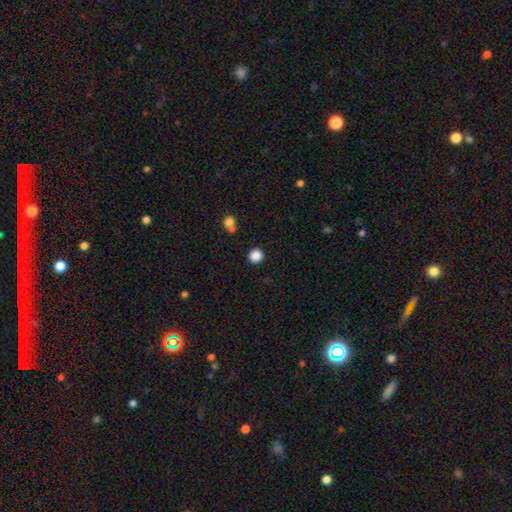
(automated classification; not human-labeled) A smooth galaxy with no disk features (86%) that is round (90%).

Vote fractions:
- Smooth or featured? smooth: 86% / star or artifact: 11% / featured or disk: 3%
- How rounded? round: 90% / in between: 9% / cigar-shaped: 1%
- Merging? none: 86% / minor disturbance: 6% / merger: 5% / major disturbance: 3%